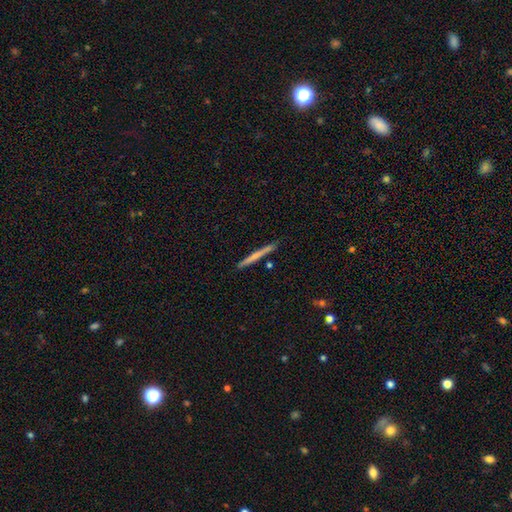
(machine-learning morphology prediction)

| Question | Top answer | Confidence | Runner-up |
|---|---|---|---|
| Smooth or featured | smooth | 52% | featured or disk (42%) |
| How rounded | cigar-shaped | 97% | in between (2%) |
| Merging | none | 88% | minor disturbance (8%) |